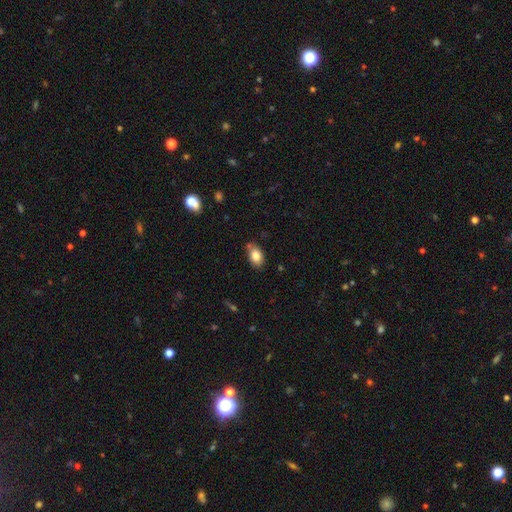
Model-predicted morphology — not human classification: Smooth or featured: smooth — 84% (star or artifact — 8%)
How rounded: in between — 84% (round — 15%)
Merging: none — 74% (minor disturbance — 17%)